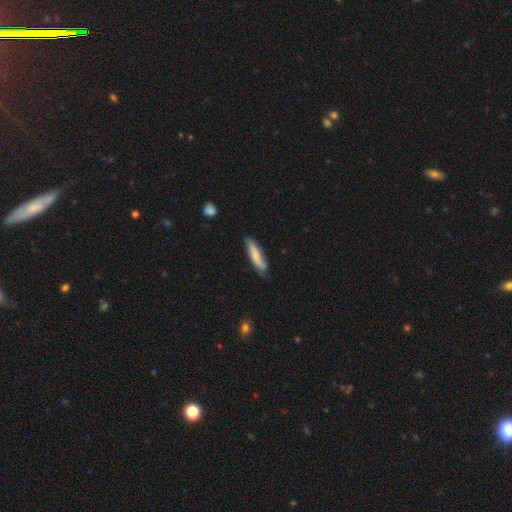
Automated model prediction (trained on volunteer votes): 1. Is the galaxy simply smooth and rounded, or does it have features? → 71% smooth, 24% featured or disk, 6% star or artifact.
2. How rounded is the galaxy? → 78% cigar-shaped, 21% in between, 2% round.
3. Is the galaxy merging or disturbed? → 65% none, 27% minor disturbance, 5% major disturbance, 2% merger.